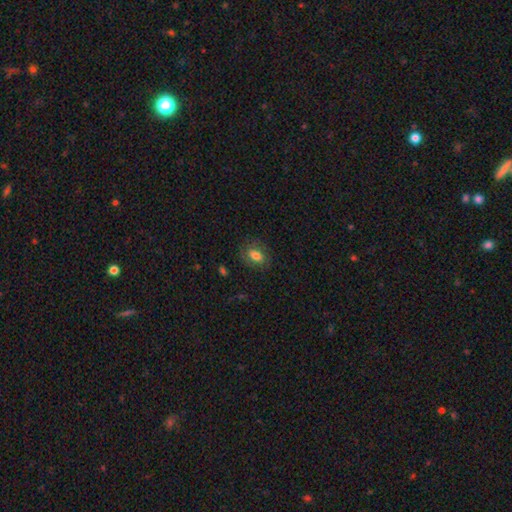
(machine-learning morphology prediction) The model was most divided on "how rounded": in between: 77%, round: 21%, cigar-shaped: 2%. More confident: merging — none (78%); smooth or featured — smooth (74%).